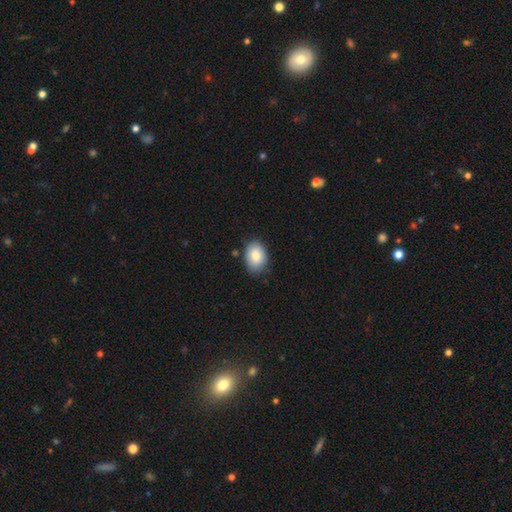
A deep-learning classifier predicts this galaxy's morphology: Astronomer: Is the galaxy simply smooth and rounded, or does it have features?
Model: smooth — 84%.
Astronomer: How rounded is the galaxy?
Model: in between — 80%.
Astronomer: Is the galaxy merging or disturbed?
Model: none — 79%.